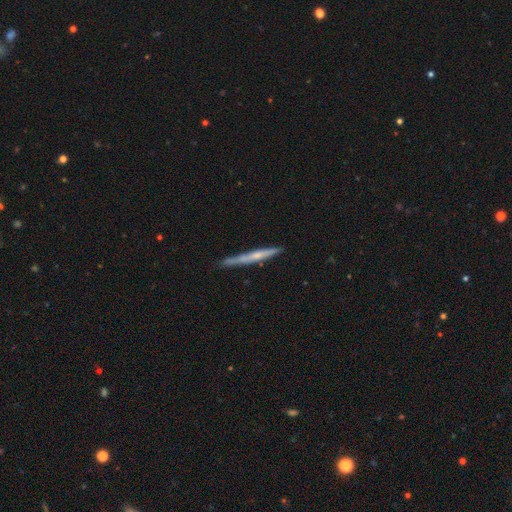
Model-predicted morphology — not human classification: smooth-or-featured: featured or disk: 55% | smooth: 39% | star or artifact: 6%
  disk-edge-on: yes: 96% | no: 4%
    edge-on-bulge: none: 56% | rounded: 37% | boxy: 7%
  merging: none: 83% | minor disturbance: 13% | major disturbance: 2% | merger: 2%